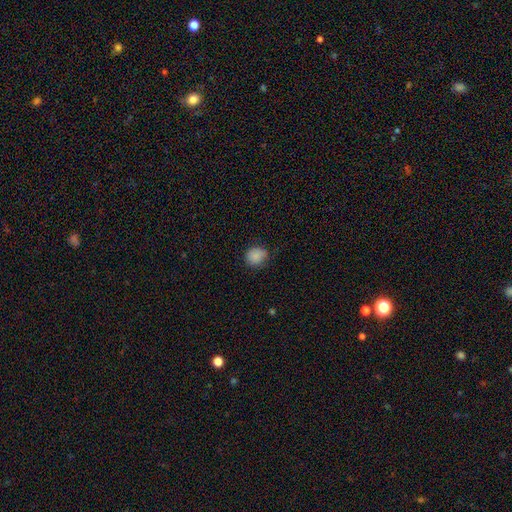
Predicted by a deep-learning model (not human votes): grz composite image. It shows a smooth galaxy with no disk features (87%) that is round (75%). Merging: none (76%).